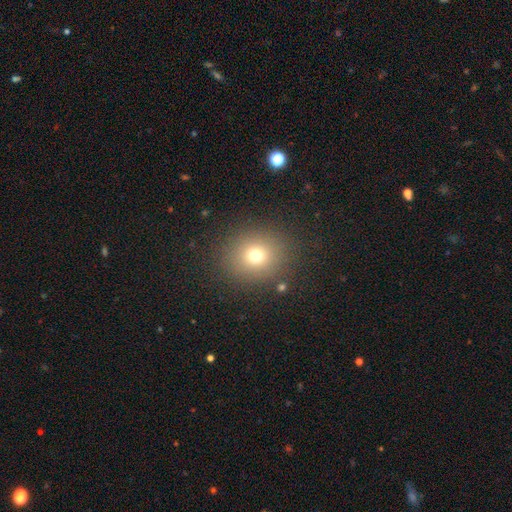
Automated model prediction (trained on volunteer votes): The model was most divided on "smooth or featured": smooth: 71%, star or artifact: 18%, featured or disk: 11%. More confident: merging — none (86%); how rounded — round (84%).